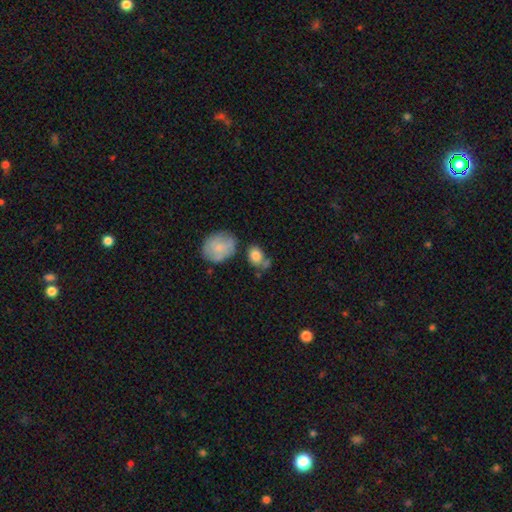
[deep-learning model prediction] Morphology: type=smooth (78%); roundness=in between (59%); merging=none (49%).